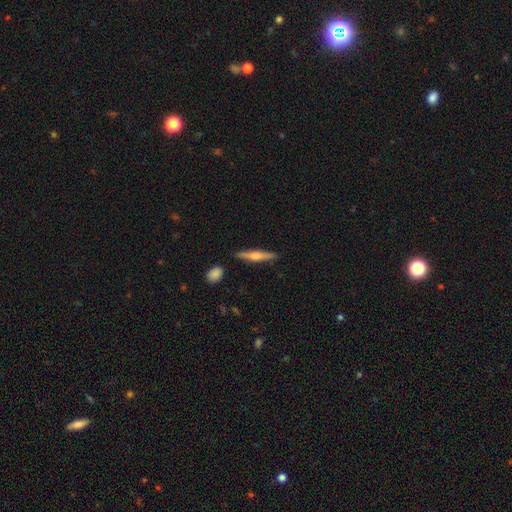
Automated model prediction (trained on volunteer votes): featured or disk 55%, smooth 39%, star or artifact 6%. Down the decision tree: edge-on disk — yes (97%); edge-on bulge — rounded (82%); merging — none (87%).